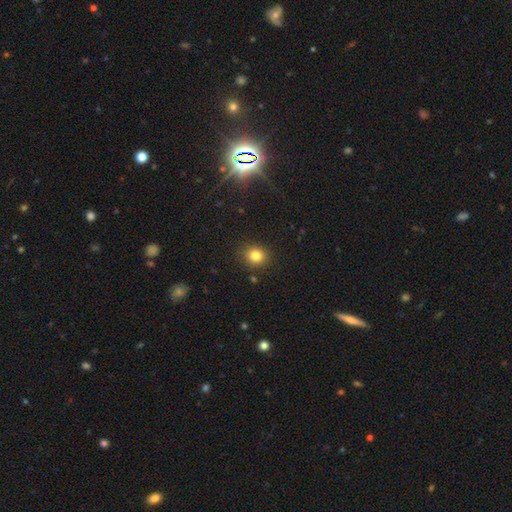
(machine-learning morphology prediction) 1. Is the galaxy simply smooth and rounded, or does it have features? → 82% smooth, 12% star or artifact, 6% featured or disk.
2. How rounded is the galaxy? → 75% round, 24% in between, 1% cigar-shaped.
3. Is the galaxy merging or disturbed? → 87% none, 8% minor disturbance, 2% major disturbance, 2% merger.